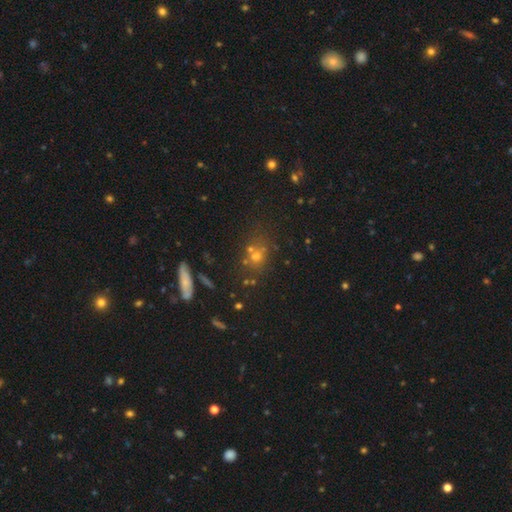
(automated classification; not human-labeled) Smooth or featured?
  - smooth: 50% *
  - star or artifact: 34%
  - featured or disk: 16%
Merging?
  - none: 59% *
  - merger: 24%
  - minor disturbance: 11%
  - major disturbance: 6%